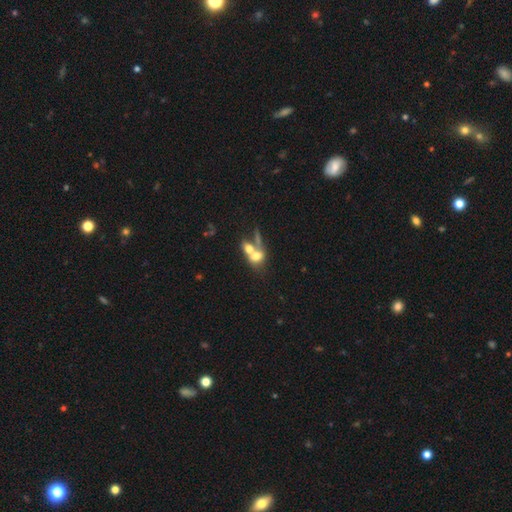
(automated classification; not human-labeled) Smooth or featured: smooth — 62% (featured or disk — 27%)
How rounded: in between — 59% (round — 37%)
Merging: merger — 73% (none — 14%)